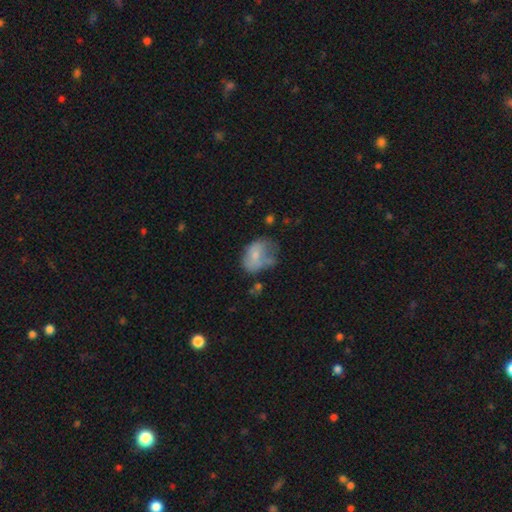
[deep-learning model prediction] This appears to be a smooth galaxy with no disk features (62%) that is in between round and cigar-shaped (71%). Merging: major disturbance (31%, tied with minor disturbance).